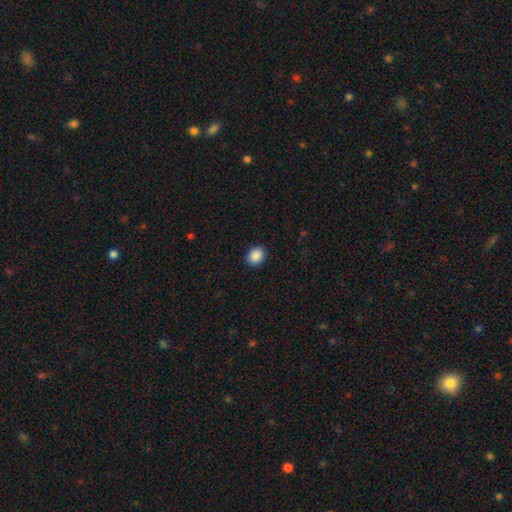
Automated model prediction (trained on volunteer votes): The model was most divided on "how rounded": round: 50%, in between: 49%, cigar-shaped: 1%. More confident: merging — none (90%); smooth or featured — smooth (90%).